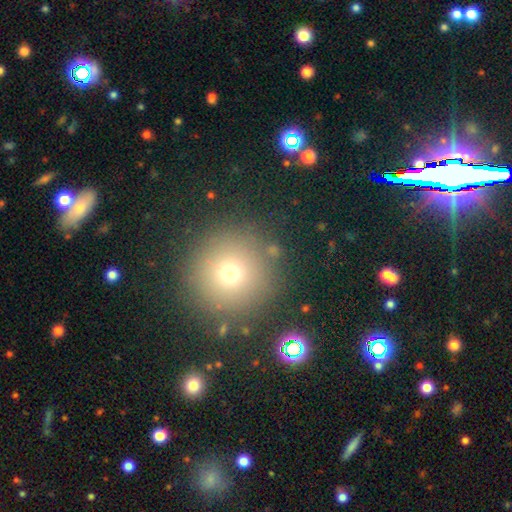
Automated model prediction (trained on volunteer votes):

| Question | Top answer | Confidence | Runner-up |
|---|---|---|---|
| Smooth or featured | smooth | 67% | star or artifact (22%) |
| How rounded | round | 96% | in between (3%) |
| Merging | none | 88% | minor disturbance (6%) |